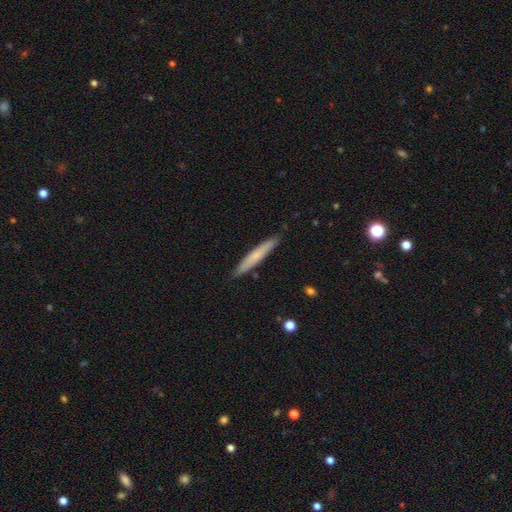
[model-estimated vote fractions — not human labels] Smooth or featured? Predicted: smooth (p=0.61). How rounded? Predicted: cigar-shaped (p=0.95). Merging? Predicted: none (p=0.89).